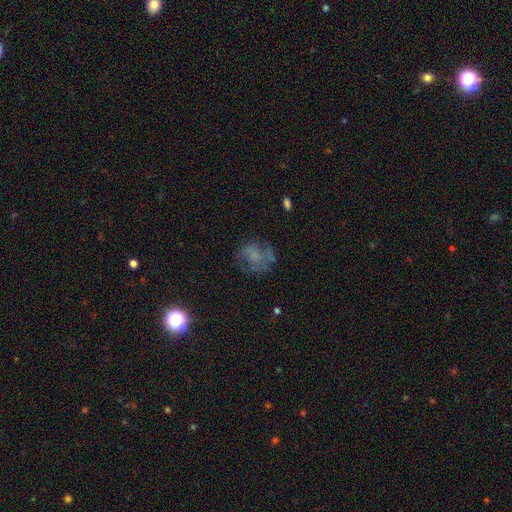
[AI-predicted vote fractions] smooth-or-featured: featured or disk: 43% | smooth: 40% | star or artifact: 18%
  merging: none: 56% | major disturbance: 21% | minor disturbance: 20% | merger: 3%